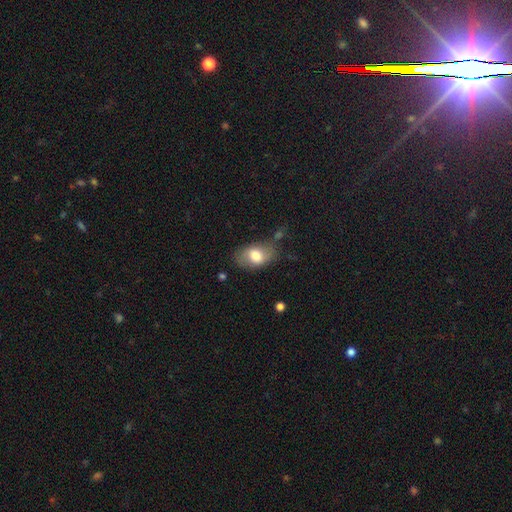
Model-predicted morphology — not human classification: Q: Smooth or featured?
A: smooth (72%); runner-up: featured or disk (22%)
Q: How rounded?
A: in between (88%); runner-up: round (11%)
Q: Merging?
A: none (64%); runner-up: minor disturbance (23%)